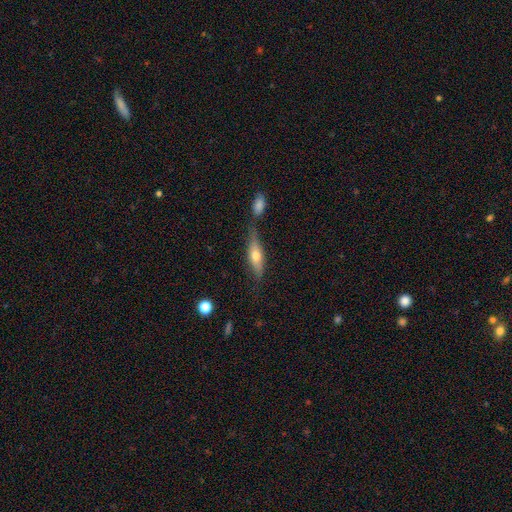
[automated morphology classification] This appears to be a smooth galaxy with no disk features (52%) that is cigar-shaped (54%). Merging: none (59%).